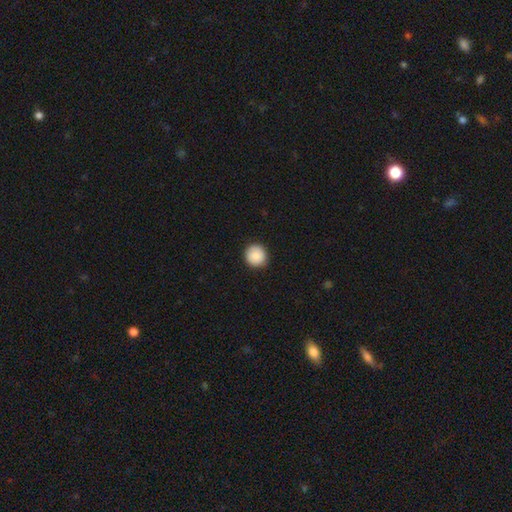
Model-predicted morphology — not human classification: This appears to be a smooth galaxy with no disk features (88%) that is round (93%). Merging: none (91%).